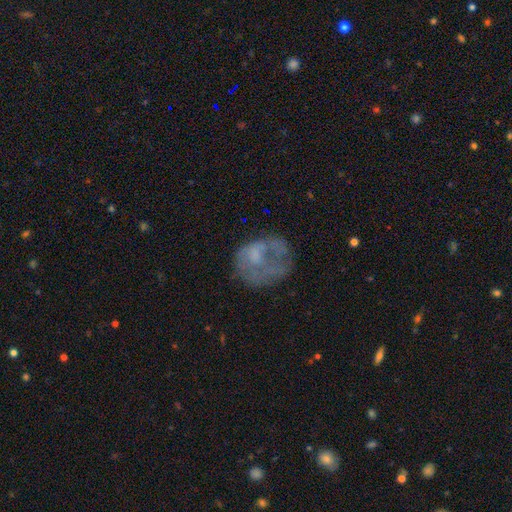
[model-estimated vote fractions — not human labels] This appears to be a featured or disk galaxy (46%). Merging: major disturbance (37%).